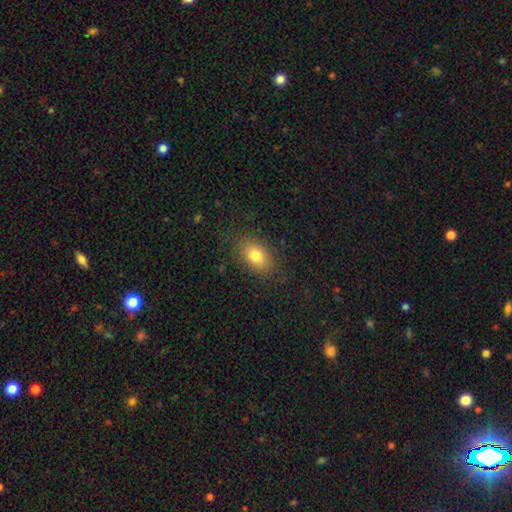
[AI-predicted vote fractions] Morphology: type=smooth (80%); roundness=in between (84%); merging=none (84%).